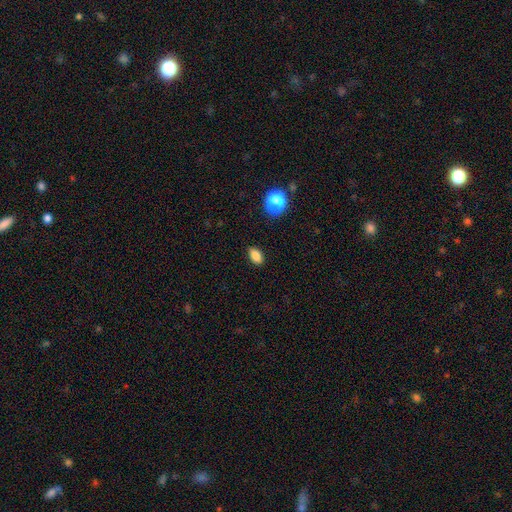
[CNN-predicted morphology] Q: Smooth or featured?
A: smooth (85%); runner-up: star or artifact (11%)
Q: How rounded?
A: in between (87%); runner-up: round (10%)
Q: Merging?
A: none (87%); runner-up: minor disturbance (10%)